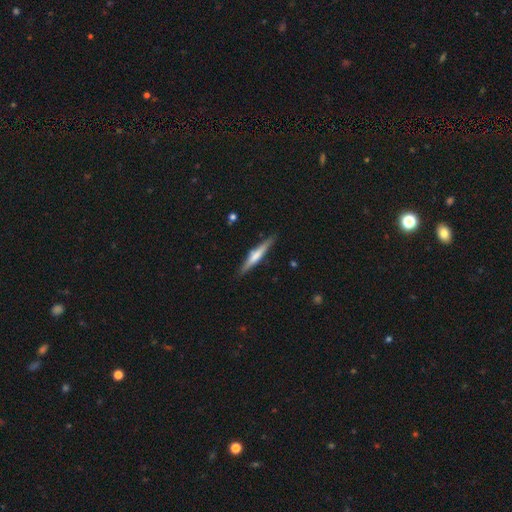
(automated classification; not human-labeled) Q: Smooth or featured?
A: featured or disk (54%); runner-up: smooth (40%)
Q: Edge-on disk?
A: yes (97%); runner-up: no (3%)
Q: Edge-on bulge?
A: rounded (52%); runner-up: none (27%)
Q: Merging?
A: none (88%); runner-up: minor disturbance (9%)